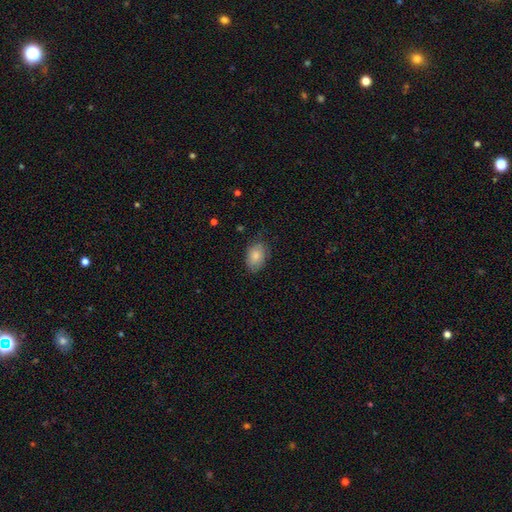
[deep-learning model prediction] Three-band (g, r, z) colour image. It shows a smooth galaxy with no disk features (82%) that is in between round and cigar-shaped (85%). Merging: none (74%).